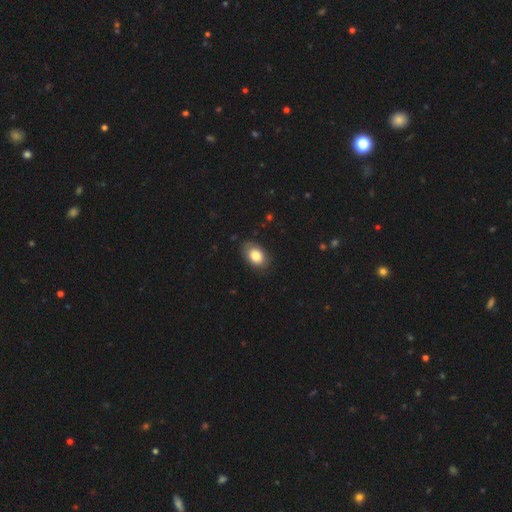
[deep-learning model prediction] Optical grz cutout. It shows a smooth galaxy with no disk features (82%) that is in between round and cigar-shaped (84%). Merging: none (79%).